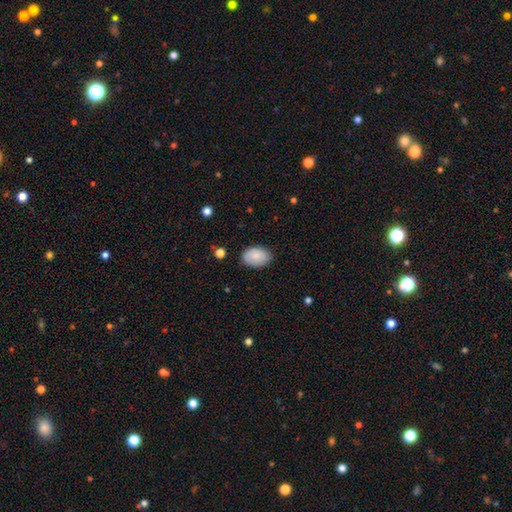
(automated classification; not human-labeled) The model was most divided on "merging": none: 83%, minor disturbance: 14%, major disturbance: 3%, merger: 1%. More confident: how rounded — in between (87%); smooth or featured — smooth (85%).